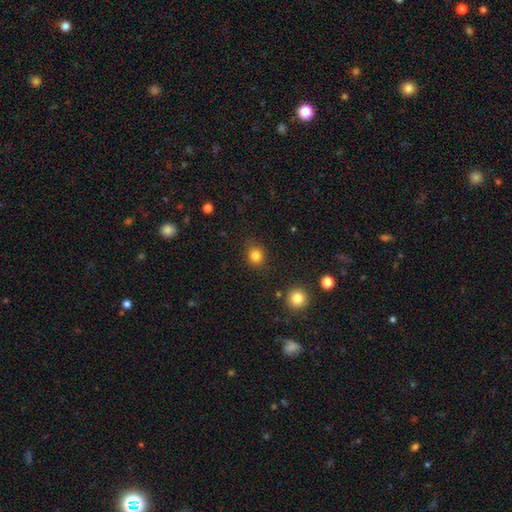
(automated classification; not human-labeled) This appears to be a smooth galaxy with no disk features (83%) that is round (80%). Merging: none (85%).